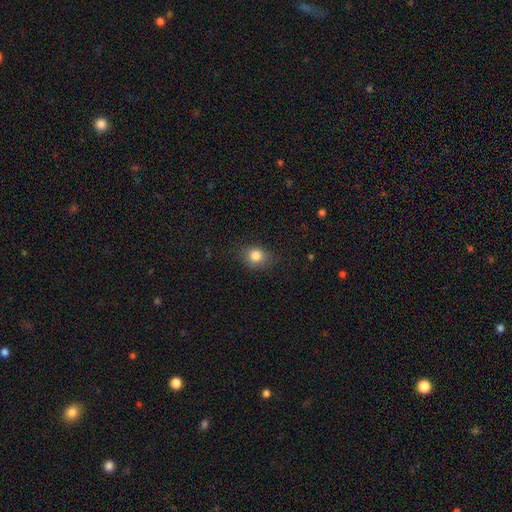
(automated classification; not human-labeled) A smooth galaxy with no disk features (83%) that is round (59%). Merging: none (82%).